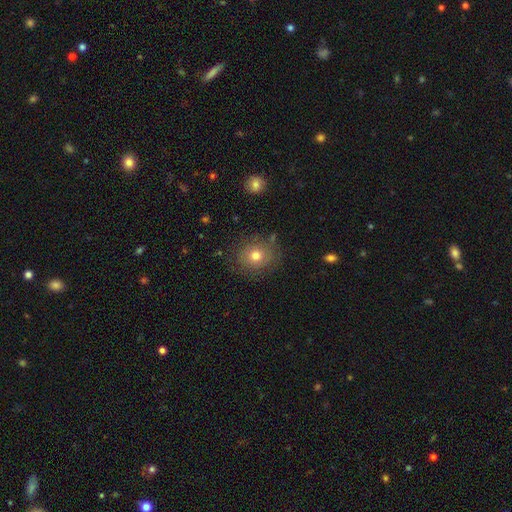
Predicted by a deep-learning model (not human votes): smooth_or_featured: smooth (p=0.73) [alt: featured or disk p=0.14]
how_rounded: round (p=0.77) [alt: in between p=0.22]
merging: none (p=0.81) [alt: minor disturbance p=0.13]